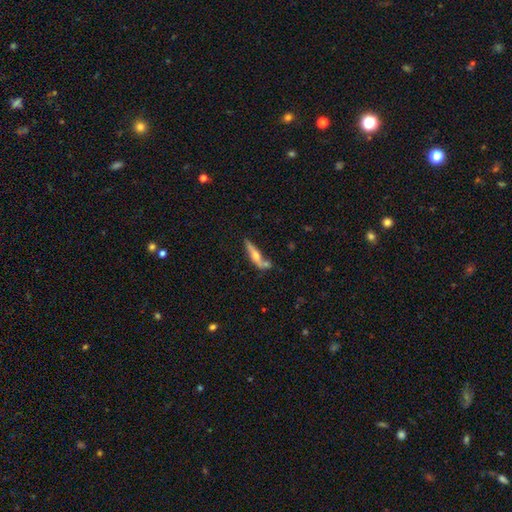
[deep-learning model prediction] featured or disk 55%, smooth 38%, star or artifact 6%. Down the decision tree: edge-on disk — yes (90%); merging — none (56%).